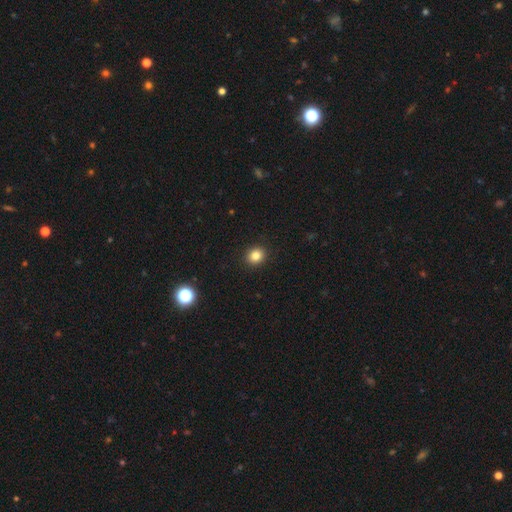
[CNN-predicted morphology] This is clearly a smooth galaxy (83%). How rounded: likely round (77%). Merging: clearly none (92%).